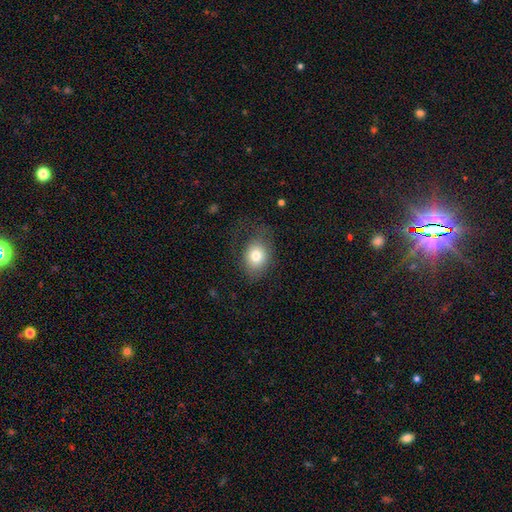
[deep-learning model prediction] Morphology: type=smooth (78%); roundness=in between (55%); merging=none (59%).